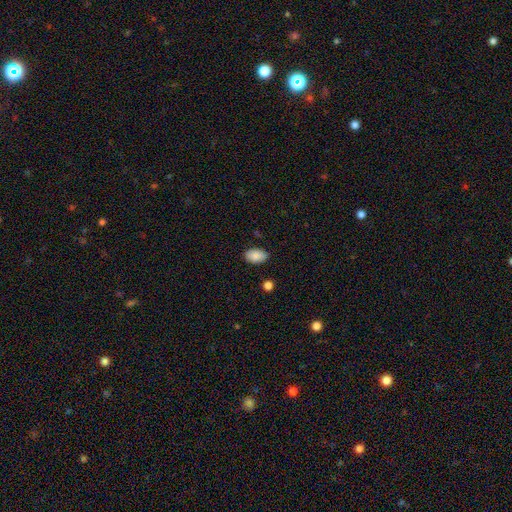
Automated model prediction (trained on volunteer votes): Smooth or featured? Predicted: smooth (p=0.88). How rounded? Predicted: in between (p=0.92). Merging? Predicted: none (p=0.83).